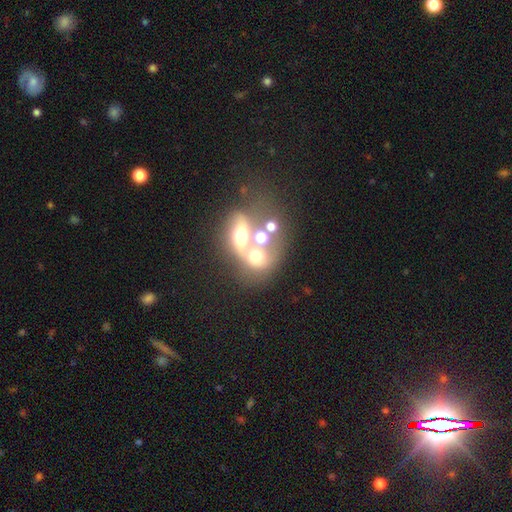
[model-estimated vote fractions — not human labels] Smooth or featured? Predicted: smooth (p=0.53). How rounded? Predicted: round (p=0.60). Merging? Predicted: merger (p=0.55).